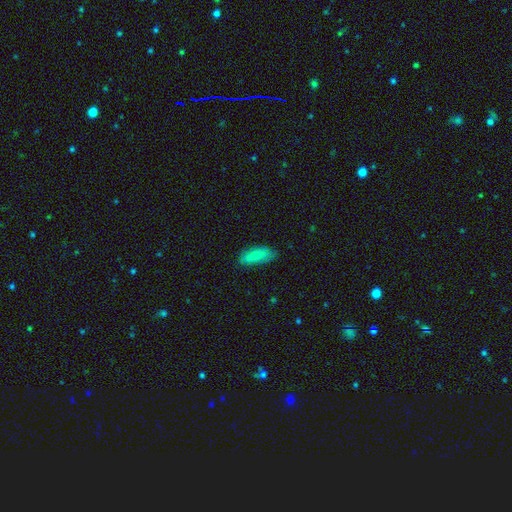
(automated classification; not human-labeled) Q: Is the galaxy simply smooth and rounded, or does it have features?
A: smooth — 81%.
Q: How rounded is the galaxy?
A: in between — 73%.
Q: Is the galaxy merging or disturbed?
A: none — 75%.